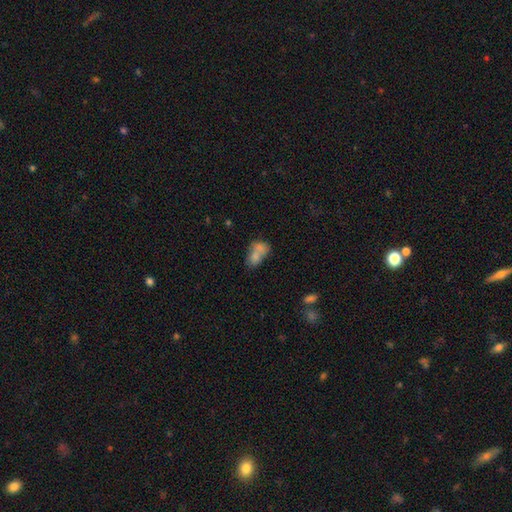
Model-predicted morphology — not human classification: A smooth galaxy with no disk features (73%) that is in between round and cigar-shaped (78%). Merging: merger (64%).